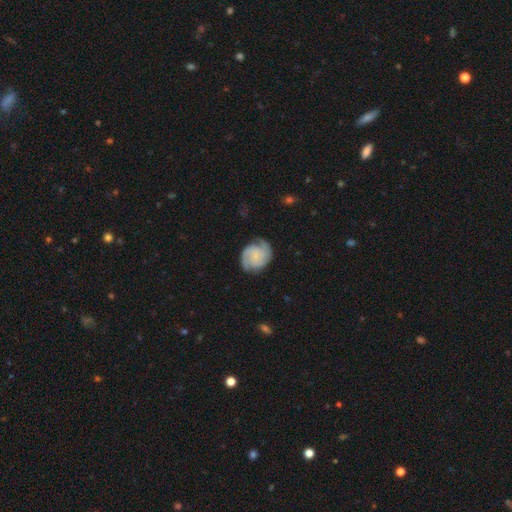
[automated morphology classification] featured or disk 72%, smooth 21%, star or artifact 7%. Down the decision tree: edge-on disk — no (98%); bar — no (73%); spiral arms — yes (96%); spiral arm count — 2 (65%); spiral winding — tight (47%); bulge size — none (46%); merging — none (69%).